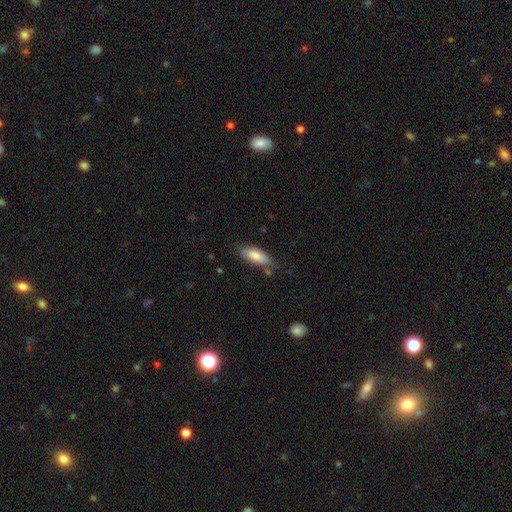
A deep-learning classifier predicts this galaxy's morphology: This appears to be a smooth galaxy with no disk features (82%) that is in between round and cigar-shaped (76%). Merging: none (67%).